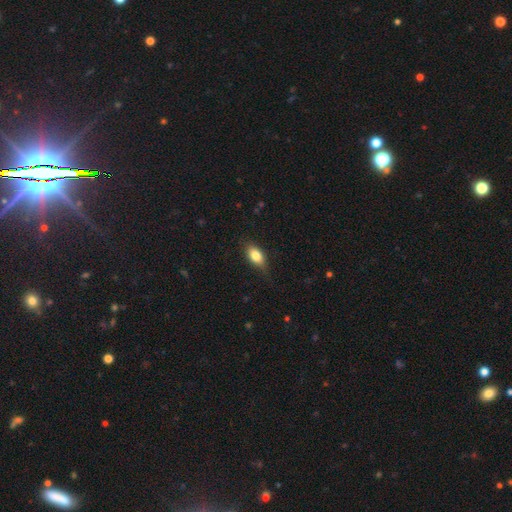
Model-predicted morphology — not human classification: smooth-or-featured: smooth: 81% | featured or disk: 11% | star or artifact: 7%
  how-rounded: in between: 86% | round: 8% | cigar-shaped: 6%
  merging: none: 77% | minor disturbance: 18% | major disturbance: 4% | merger: 1%